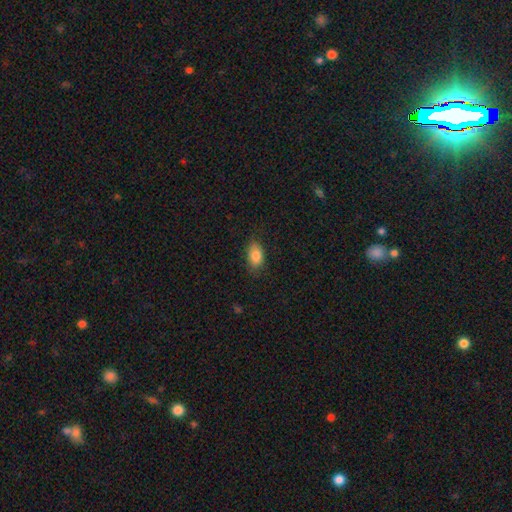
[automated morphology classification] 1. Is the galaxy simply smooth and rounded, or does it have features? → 85% smooth, 8% star or artifact, 8% featured or disk.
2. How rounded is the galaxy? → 89% in between, 8% round, 2% cigar-shaped.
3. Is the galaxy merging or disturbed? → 81% none, 15% minor disturbance, 3% major disturbance, 1% merger.